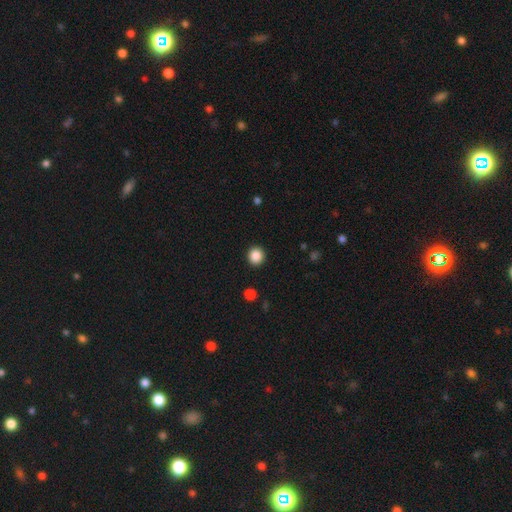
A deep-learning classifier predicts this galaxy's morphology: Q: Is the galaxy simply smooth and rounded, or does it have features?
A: smooth — 87%.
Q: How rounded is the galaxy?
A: round — 91%.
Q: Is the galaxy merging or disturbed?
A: none — 92%.